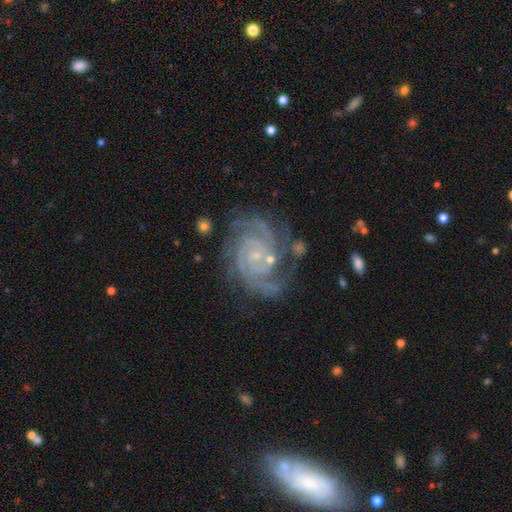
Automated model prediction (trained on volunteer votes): smooth-or-featured: featured or disk: 91% | star or artifact: 6% | smooth: 3%
  disk-edge-on: no: 98% | yes: 2%
    bar: no: 63% | weak: 27% | strong: 10%
    has-spiral-arms: yes: 99% | no: 1%
      spiral-winding: tight: 73% | medium: 24% | loose: 3%
      spiral-arm-count: 2: 34% | 3: 27% | 4: 15% | can't tell: 11% | more than 4: 7% | 1: 6%
    bulge-size: small: 80% | moderate: 12% | none: 6% | large: 1% | dominant: 1%
  merging: none: 70% | minor disturbance: 17% | major disturbance: 7% | merger: 5%